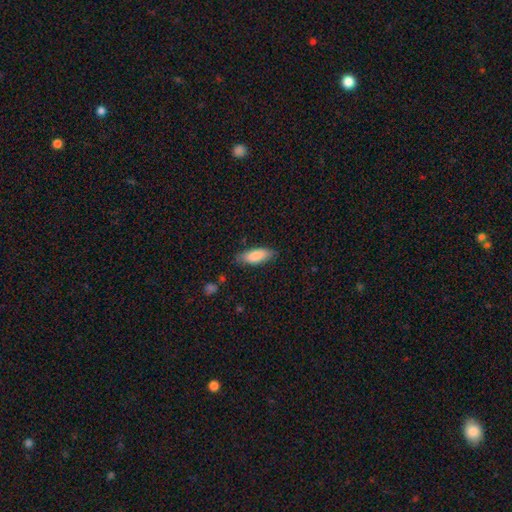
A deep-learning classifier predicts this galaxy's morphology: A smooth galaxy with no disk features (85%) that is in between round and cigar-shaped (72%). Merging: none (79%).